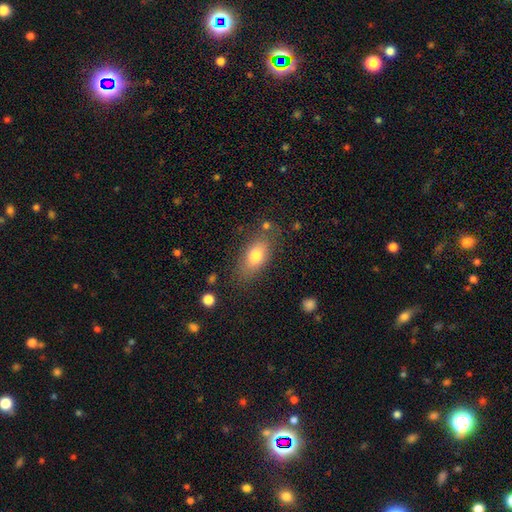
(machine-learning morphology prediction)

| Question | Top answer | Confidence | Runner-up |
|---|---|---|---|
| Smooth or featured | smooth | 75% | featured or disk (16%) |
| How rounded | in between | 84% | cigar-shaped (9%) |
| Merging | none | 75% | minor disturbance (16%) |